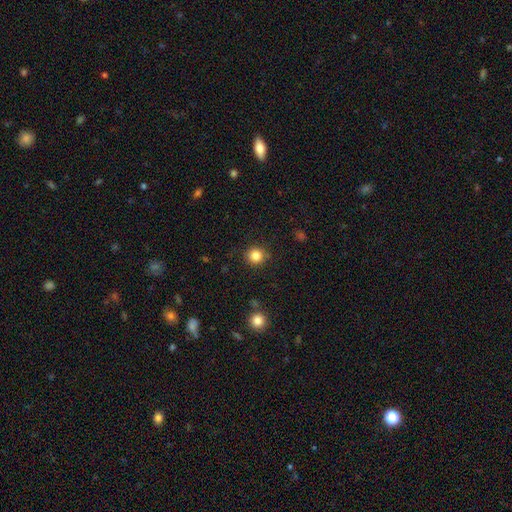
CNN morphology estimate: Overall: smooth (84%). How rounded: round (93%). Merging: none (89%).